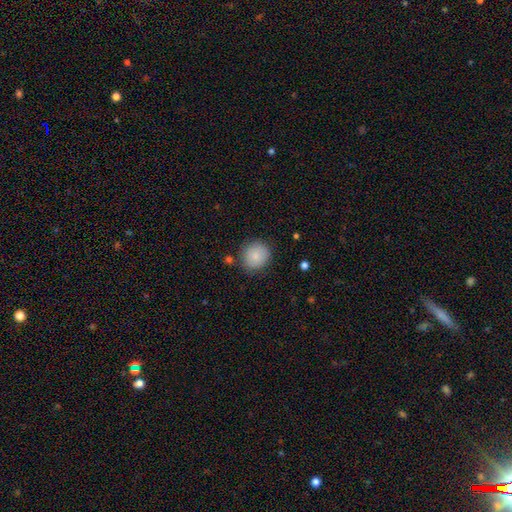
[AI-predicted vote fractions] Smooth or featured?
  - smooth: 86% *
  - star or artifact: 8%
  - featured or disk: 7%
How rounded?
  - round: 86% *
  - in between: 13%
  - cigar-shaped: 1%
Merging?
  - none: 83% *
  - minor disturbance: 12%
  - major disturbance: 3%
  - merger: 2%